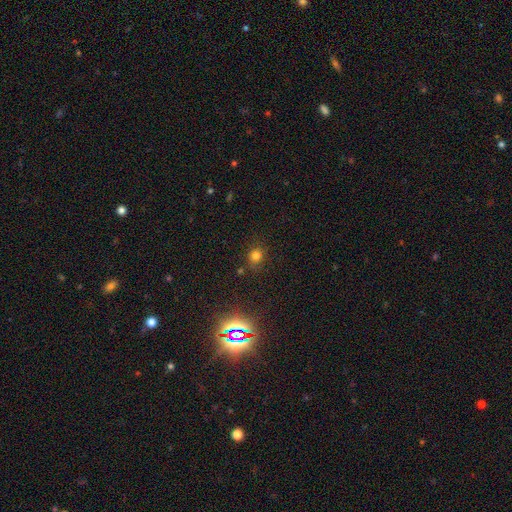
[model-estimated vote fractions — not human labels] Smooth or featured? smooth (74%)
How rounded? round (80%)
Merging? none (79%)